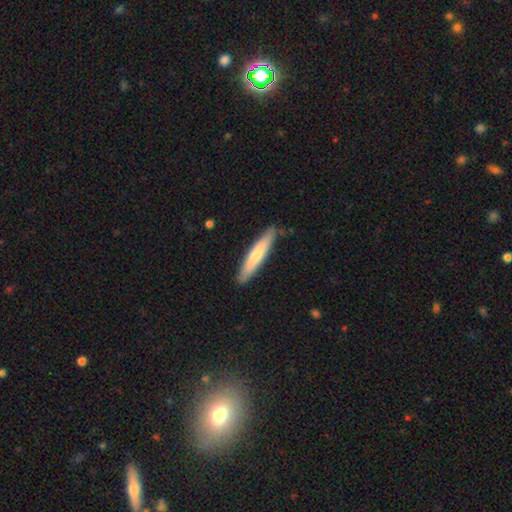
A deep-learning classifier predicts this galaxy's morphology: Smooth or featured? Predicted: smooth (p=0.67). How rounded? Predicted: cigar-shaped (p=0.91). Merging? Predicted: none (p=0.87).